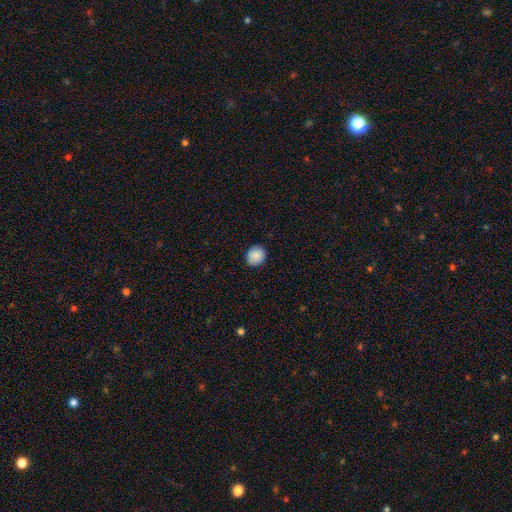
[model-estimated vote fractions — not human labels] A smooth galaxy with no disk features (89%) that is round (74%). Merging: none (89%).